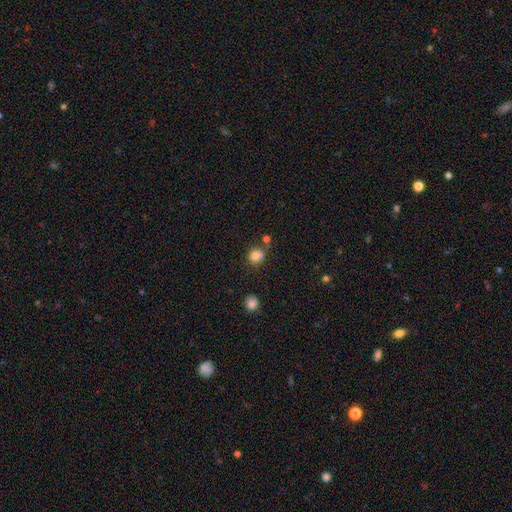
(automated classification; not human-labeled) Q: Smooth or featured?
A: smooth (78%); runner-up: star or artifact (13%)
Q: How rounded?
A: round (77%); runner-up: in between (22%)
Q: Merging?
A: none (54%); runner-up: merger (26%)